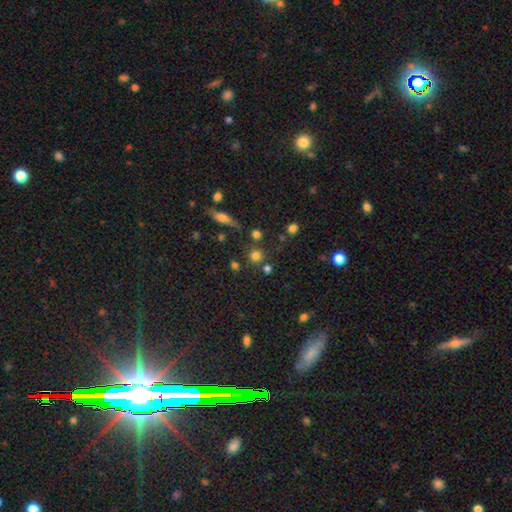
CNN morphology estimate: type=smooth (73%); roundness=round (91%); merging=none (75%).